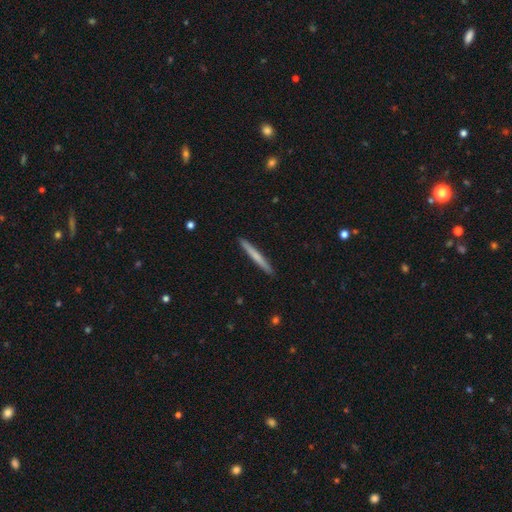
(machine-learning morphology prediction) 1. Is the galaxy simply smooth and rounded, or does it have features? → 63% smooth, 32% featured or disk, 5% star or artifact.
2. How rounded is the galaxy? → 97% cigar-shaped, 2% in between, 1% round.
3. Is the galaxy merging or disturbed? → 92% none, 5% minor disturbance, 1% major disturbance, 1% merger.